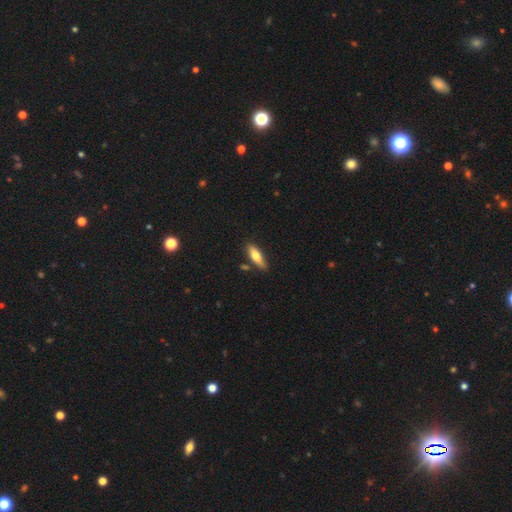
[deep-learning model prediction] Smooth or featured?
  - smooth: 67% *
  - featured or disk: 27%
  - star or artifact: 6%
How rounded?
  - in between: 50% *
  - cigar-shaped: 48%
  - round: 2%
Merging?
  - none: 78% *
  - minor disturbance: 14%
  - merger: 5%
  - major disturbance: 3%